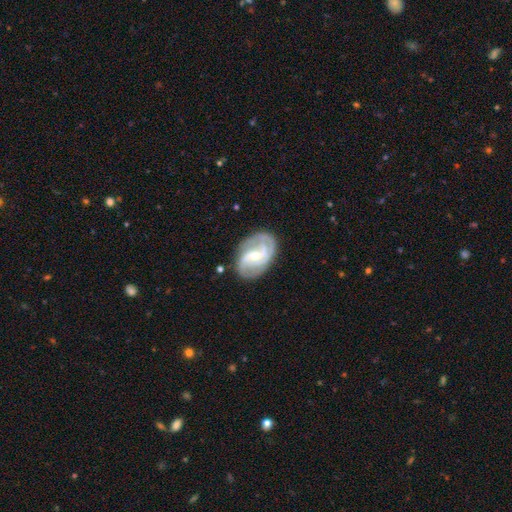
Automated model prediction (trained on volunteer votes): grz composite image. It shows a featured or disk galaxy (86%) with a weak bar (52%), 2 (64%) medium (48%) spiral arms (96%) and a small central bulge (57%). Merging: none (76%).